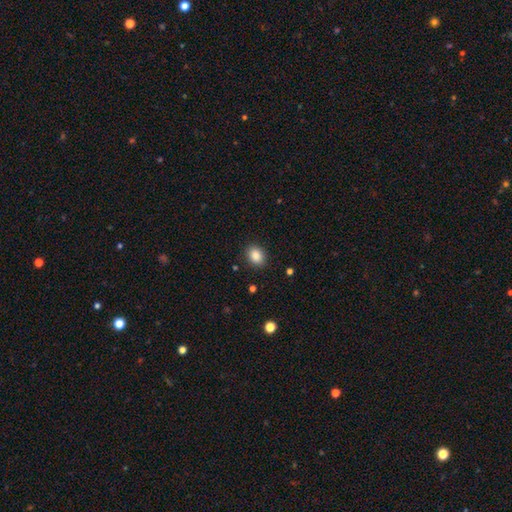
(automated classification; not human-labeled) This is clearly a smooth galaxy (87%). How rounded: possibly in between (56%). Merging: clearly none (88%).